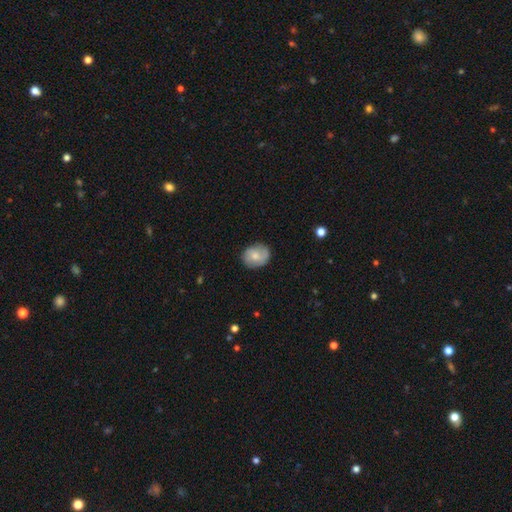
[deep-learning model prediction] This appears to be a smooth galaxy with no disk features (67%) that is round (55%). Merging: none (78%).